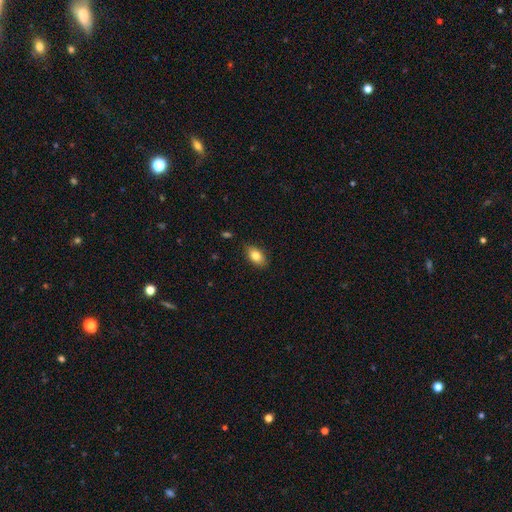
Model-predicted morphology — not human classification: Overall: smooth (82%). How rounded: in between (90%). Merging: none (86%).